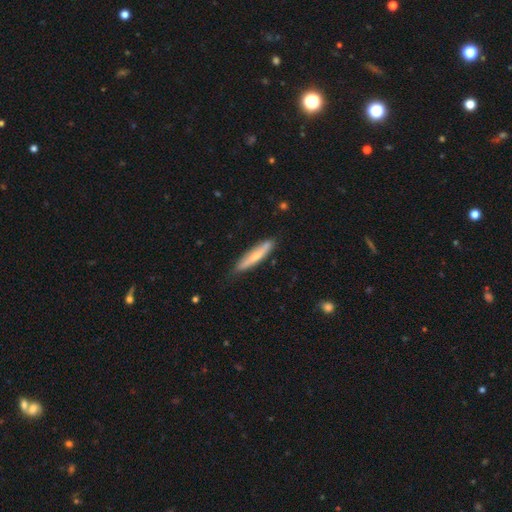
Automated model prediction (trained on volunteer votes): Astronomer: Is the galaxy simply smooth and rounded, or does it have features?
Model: smooth — 57% (runner-up: featured or disk, 37%).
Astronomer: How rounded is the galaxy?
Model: cigar-shaped — 87%.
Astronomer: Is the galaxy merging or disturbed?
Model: none — 81%.